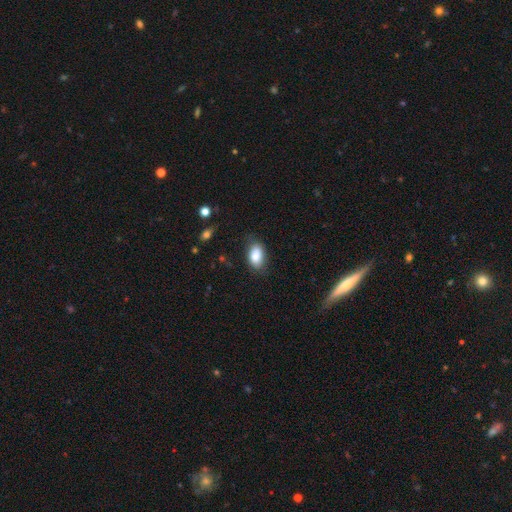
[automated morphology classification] smooth_or_featured: smooth (p=0.85) [alt: featured or disk p=0.08]
how_rounded: in between (p=0.90) [alt: round p=0.08]
merging: none (p=0.75) [alt: minor disturbance p=0.19]